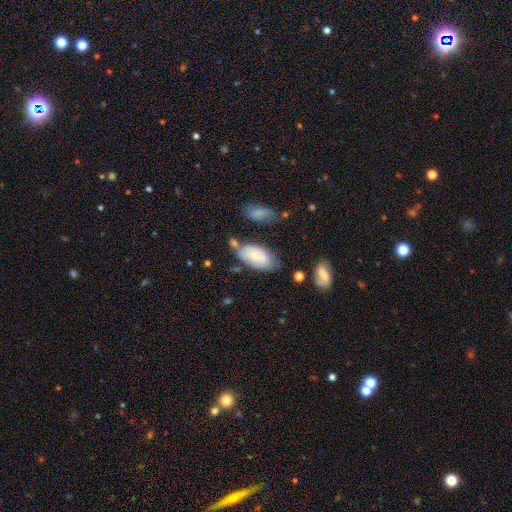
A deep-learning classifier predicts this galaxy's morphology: Smooth or featured? smooth (70%)
How rounded? in between (94%)
Merging? none (51%)